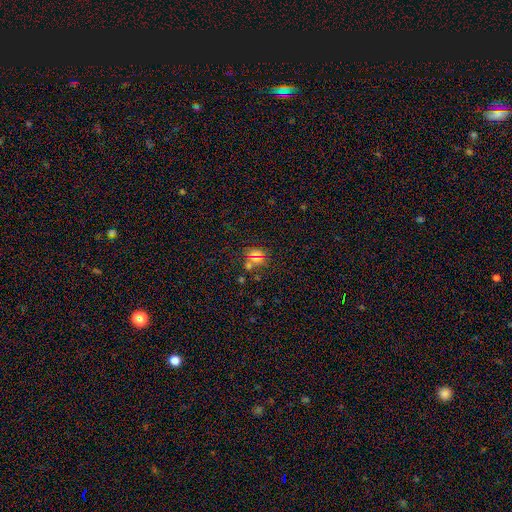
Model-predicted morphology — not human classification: A smooth galaxy with no disk features (49%). Merging: none (60%).